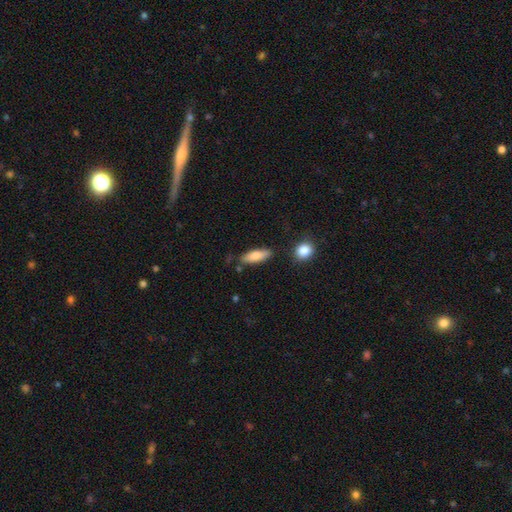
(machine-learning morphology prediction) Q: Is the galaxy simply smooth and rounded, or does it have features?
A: smooth — 81%.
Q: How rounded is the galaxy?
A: in between — 60%.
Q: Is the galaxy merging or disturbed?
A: none — 76%.